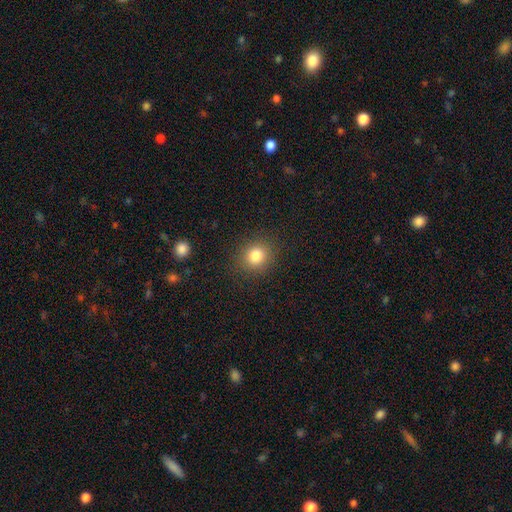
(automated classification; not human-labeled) A smooth galaxy with no disk features (82%) that is round (78%).

Vote fractions:
- Smooth or featured? smooth: 82% / star or artifact: 12% / featured or disk: 6%
- How rounded? round: 78% / in between: 21% / cigar-shaped: 1%
- Merging? none: 88% / minor disturbance: 8% / major disturbance: 3% / merger: 1%